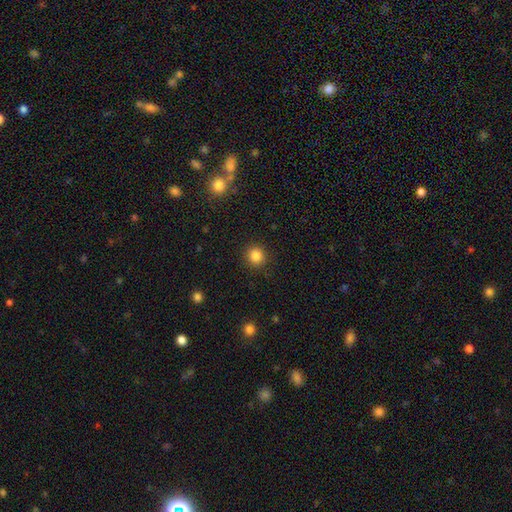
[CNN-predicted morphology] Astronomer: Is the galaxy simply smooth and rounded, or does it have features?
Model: smooth — 85%.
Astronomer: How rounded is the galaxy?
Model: round — 90%.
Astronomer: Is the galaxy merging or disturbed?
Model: none — 91%.